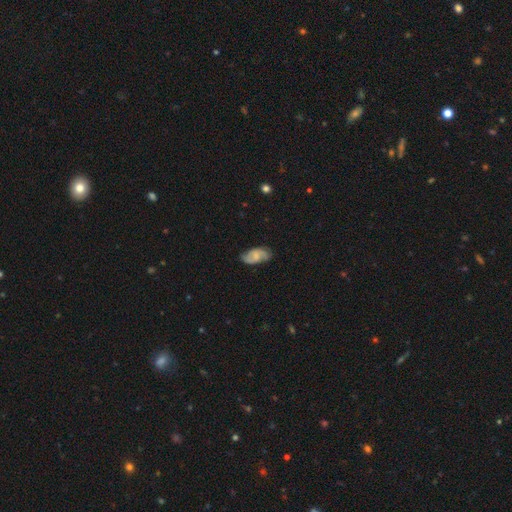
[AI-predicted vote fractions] This appears to be a featured or disk galaxy (49%). Merging: none (74%).